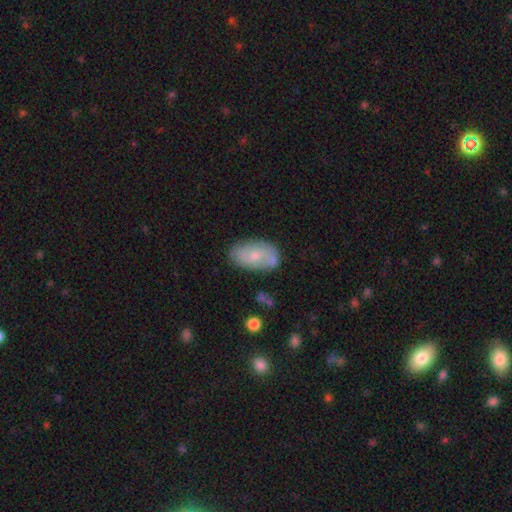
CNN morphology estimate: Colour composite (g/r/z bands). It shows a smooth galaxy with no disk features (59%) that is in between round and cigar-shaped (92%). Merging: none (70%).